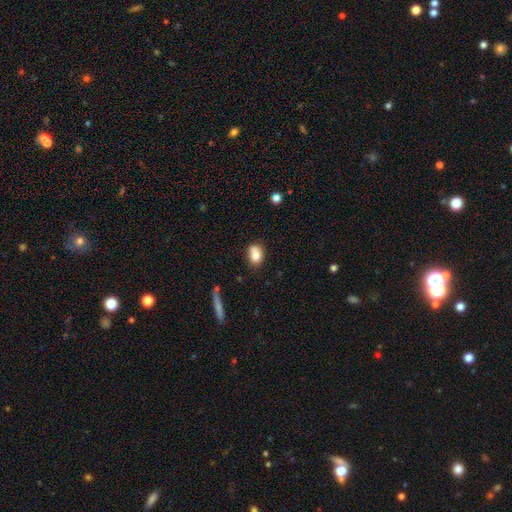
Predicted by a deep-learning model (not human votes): A smooth galaxy with no disk features (77%) that is in between round and cigar-shaped (63%). Merging: none (55%).